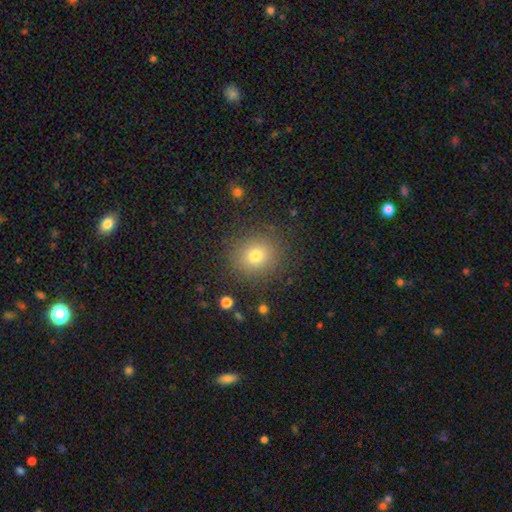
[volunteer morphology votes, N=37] smooth-or-featured: smooth: 84% | featured or disk: 14% | star or artifact: 3%
  how-rounded: round: 90% | in between: 10% | cigar-shaped: 0%
  merging: none: 89% | minor disturbance: 6% | major disturbance: 6% | merger: 0%